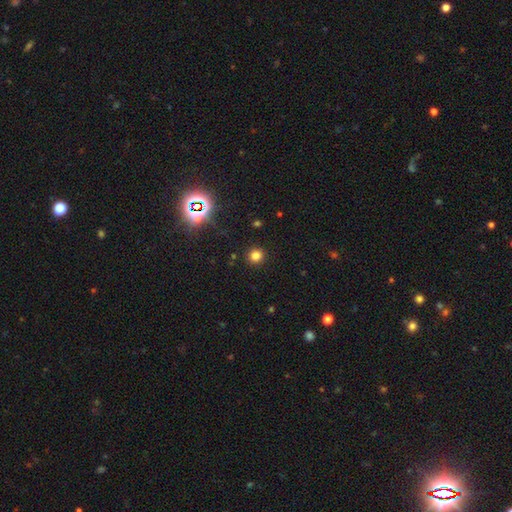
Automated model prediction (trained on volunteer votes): Smooth or featured?
  - smooth: 77% *
  - star or artifact: 18%
  - featured or disk: 5%
How rounded?
  - round: 90% *
  - in between: 9%
  - cigar-shaped: 1%
Merging?
  - none: 91% *
  - minor disturbance: 5%
  - major disturbance: 2%
  - merger: 1%